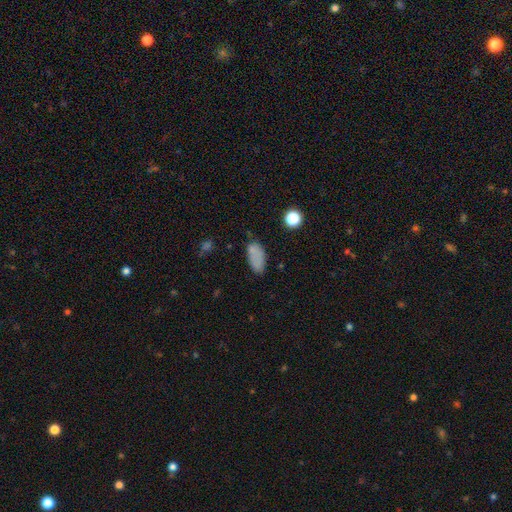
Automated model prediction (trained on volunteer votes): Smooth or featured? smooth (78%)
How rounded? in between (90%)
Merging? none (66%)